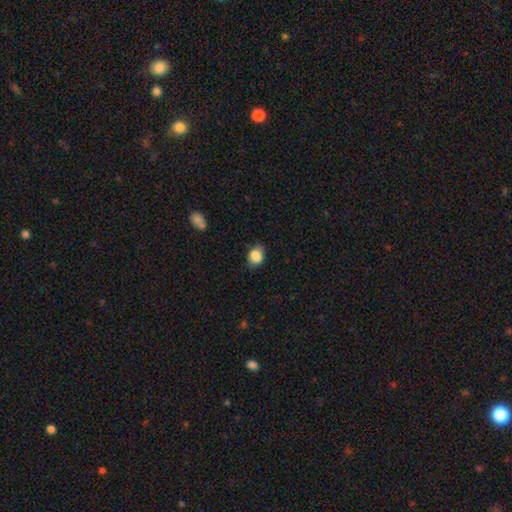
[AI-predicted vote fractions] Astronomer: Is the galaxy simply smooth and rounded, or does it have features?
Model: smooth — 84%.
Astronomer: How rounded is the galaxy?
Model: in between — 64%.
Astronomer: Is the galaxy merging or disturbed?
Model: none — 66%.